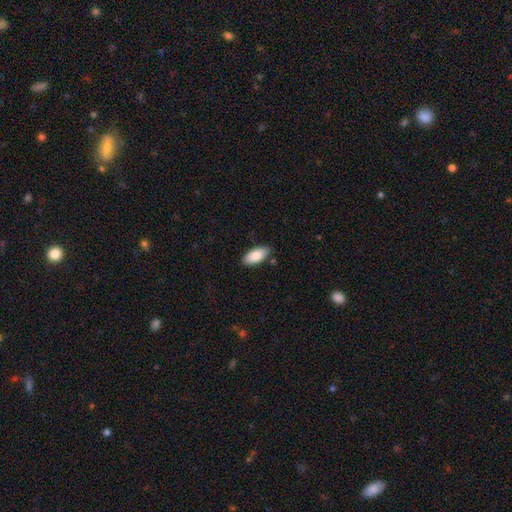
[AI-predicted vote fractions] This is clearly a smooth galaxy (85%). How rounded: clearly in between (92%). Merging: clearly none (83%).